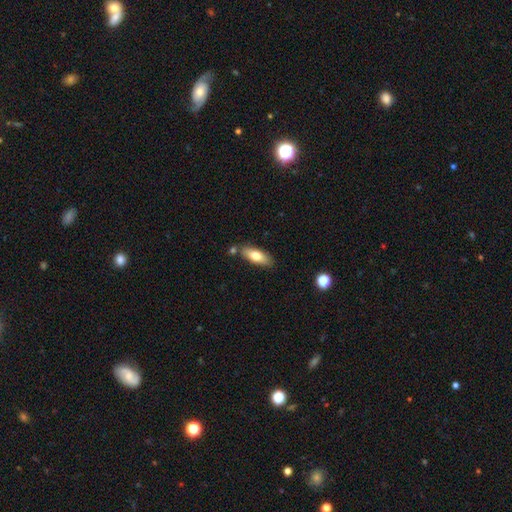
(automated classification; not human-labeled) Q: Smooth or featured?
A: smooth (72%); runner-up: featured or disk (22%)
Q: How rounded?
A: in between (67%); runner-up: cigar-shaped (30%)
Q: Merging?
A: none (77%); runner-up: minor disturbance (13%)